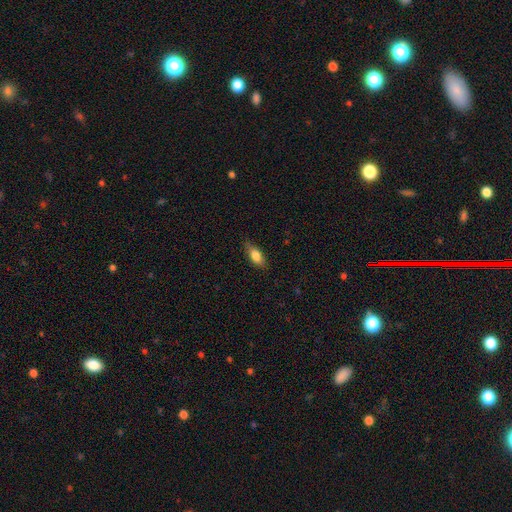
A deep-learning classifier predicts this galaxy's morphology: type=smooth (80%); roundness=in between (80%); merging=none (78%).